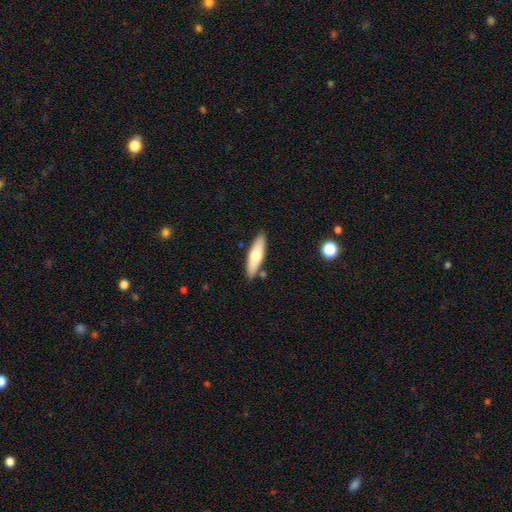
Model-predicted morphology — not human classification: A smooth galaxy with no disk features (65%) that is cigar-shaped (62%). Merging: none (84%).